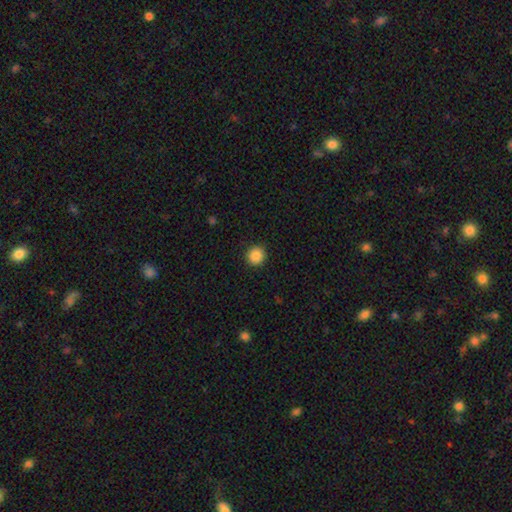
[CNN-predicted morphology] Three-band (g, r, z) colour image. It shows a smooth galaxy with no disk features (87%) that is round (94%). Merging: none (91%).